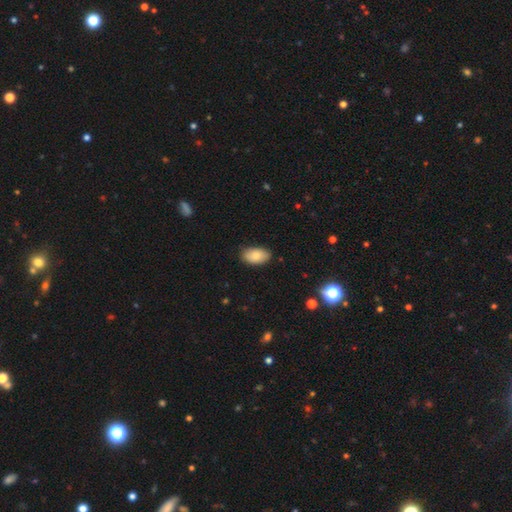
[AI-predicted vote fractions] This appears to be a smooth galaxy with no disk features (84%) that is in between round and cigar-shaped (94%). Merging: none (83%).